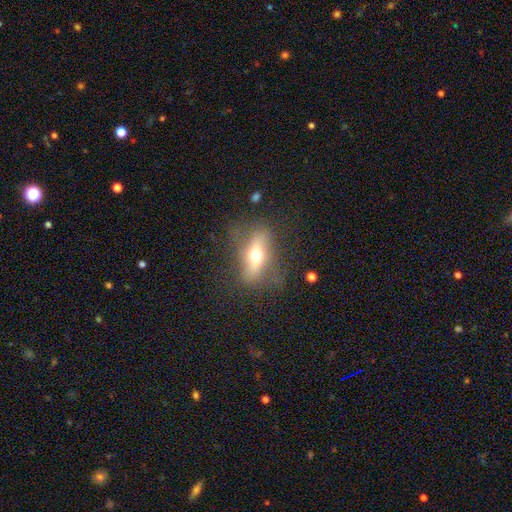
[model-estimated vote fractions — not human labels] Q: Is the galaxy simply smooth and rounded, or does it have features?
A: featured or disk — 51%.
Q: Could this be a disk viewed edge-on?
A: no — 56%.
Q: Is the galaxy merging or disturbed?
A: none — 66%.